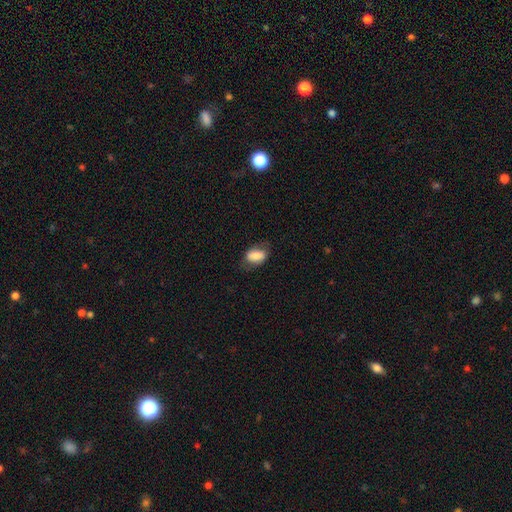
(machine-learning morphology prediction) Q: Smooth or featured?
A: smooth (76%); runner-up: featured or disk (17%)
Q: How rounded?
A: in between (87%); runner-up: round (11%)
Q: Merging?
A: none (67%); runner-up: minor disturbance (23%)